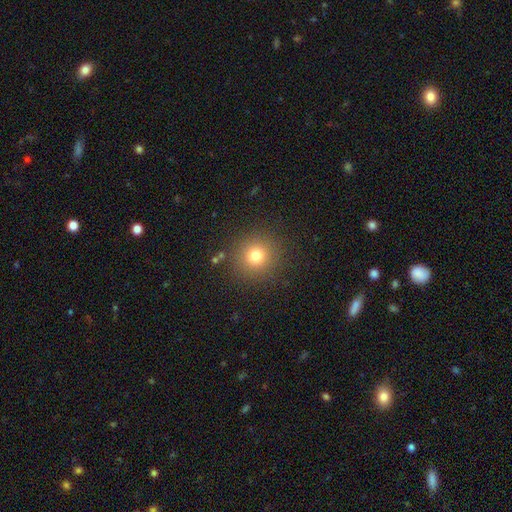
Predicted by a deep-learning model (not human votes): This appears to be a smooth galaxy with no disk features (76%) that is round (93%). Merging: none (88%).